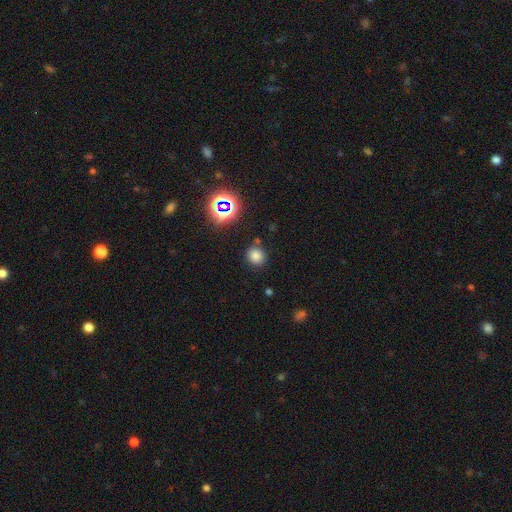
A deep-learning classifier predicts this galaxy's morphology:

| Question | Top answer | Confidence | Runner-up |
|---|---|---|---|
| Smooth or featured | smooth | 74% | star or artifact (19%) |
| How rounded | round | 83% | in between (16%) |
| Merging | none | 83% | minor disturbance (10%) |